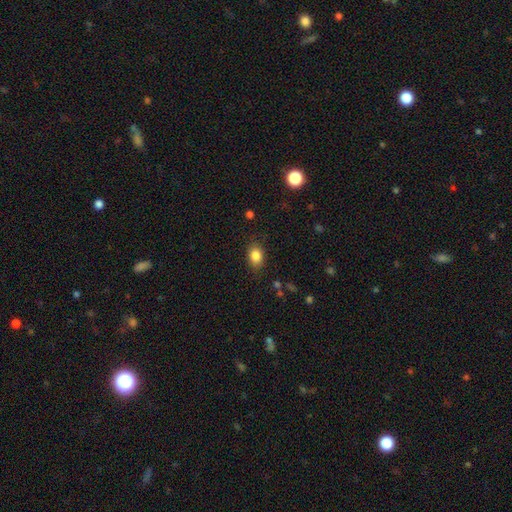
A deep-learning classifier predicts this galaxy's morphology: Q: Smooth or featured?
A: smooth (85%); runner-up: star or artifact (9%)
Q: How rounded?
A: in between (75%); runner-up: round (24%)
Q: Merging?
A: none (84%); runner-up: minor disturbance (12%)